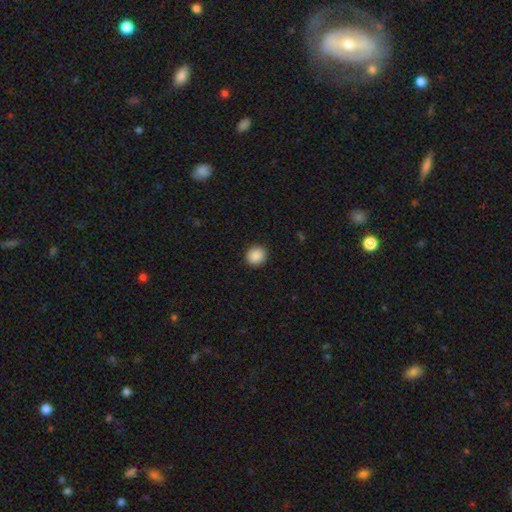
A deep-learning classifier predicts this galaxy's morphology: This appears to be a smooth galaxy with no disk features (89%) that is round (87%). Merging: none (92%).